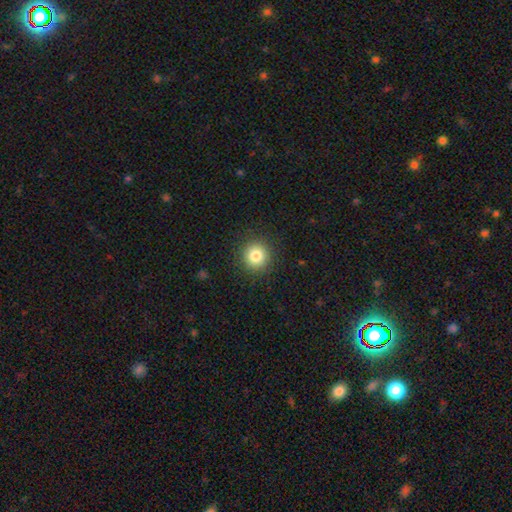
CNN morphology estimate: smooth 82%, star or artifact 11%, featured or disk 6%. Down the decision tree: how rounded — round (93%); merging — none (91%).